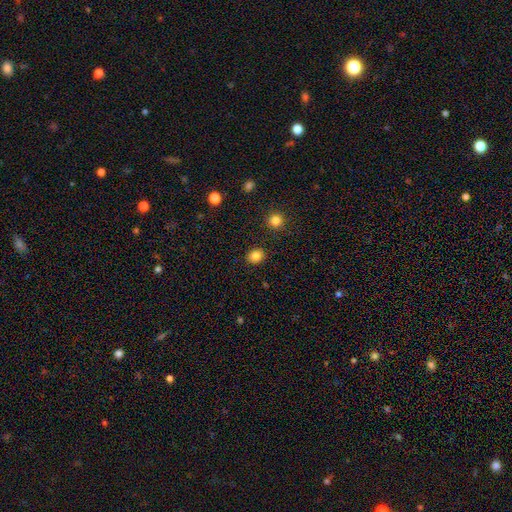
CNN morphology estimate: smooth 83%, star or artifact 11%, featured or disk 6%. Down the decision tree: how rounded — round (67%); merging — none (89%).